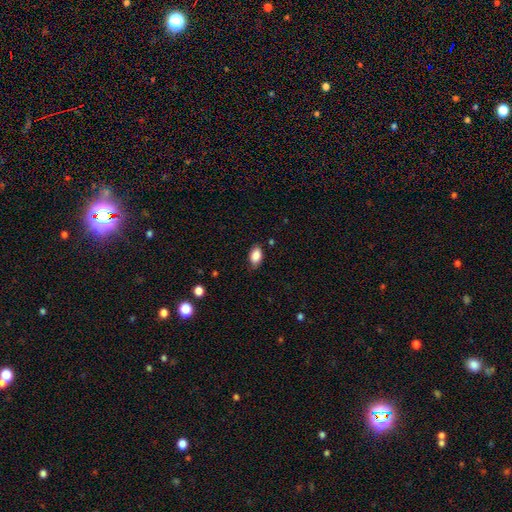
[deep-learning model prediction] Smooth or featured? smooth (87%)
How rounded? in between (91%)
Merging? none (82%)